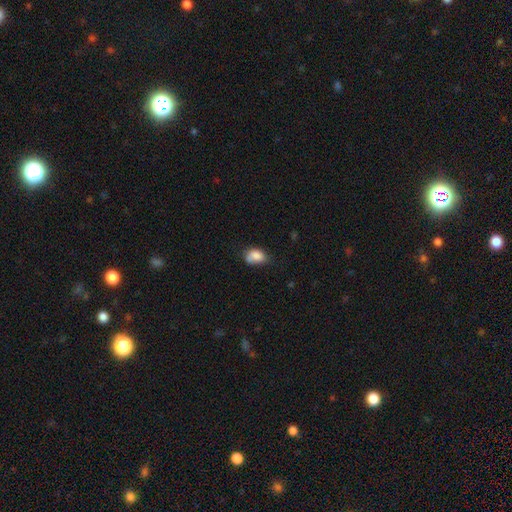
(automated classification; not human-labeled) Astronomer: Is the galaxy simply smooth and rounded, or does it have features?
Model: smooth — 80%.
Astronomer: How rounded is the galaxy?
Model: in between — 80%.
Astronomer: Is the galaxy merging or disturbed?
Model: none — 45% (runner-up: minor disturbance, 33%).